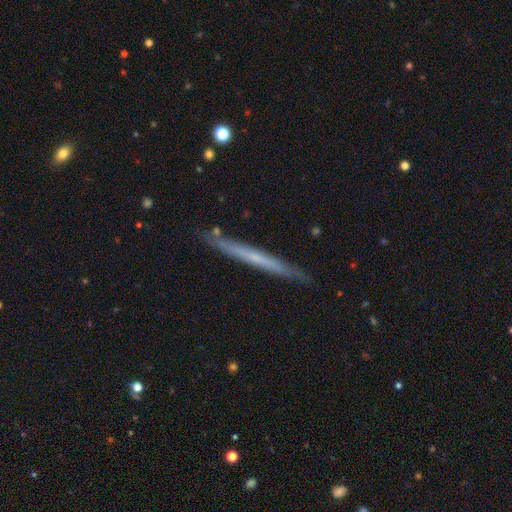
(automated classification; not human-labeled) The model was most divided on "smooth or featured": featured or disk: 50%, smooth: 44%, star or artifact: 6%. More confident: edge-on disk — yes (95%); merging — none (86%).